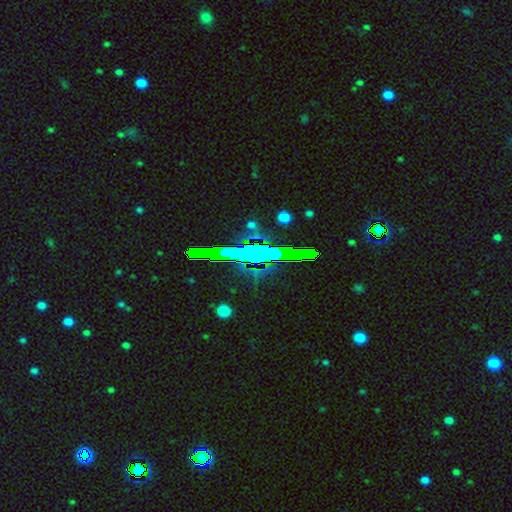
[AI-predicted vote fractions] smooth_or_featured: star or artifact (p=0.68) [alt: smooth p=0.18]